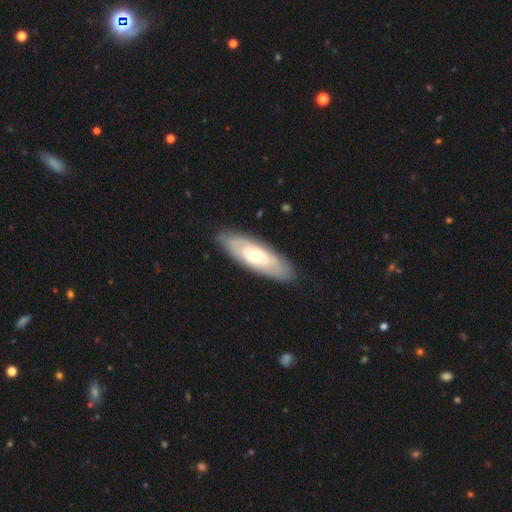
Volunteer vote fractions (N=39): Smooth or featured? 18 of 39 (46%) said featured or disk. Edge-on disk? 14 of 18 (78%) said no. Bar? 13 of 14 (93%) said no. Spiral arms? 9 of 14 (64%) said yes. Spiral winding? 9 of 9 (100%) said tight. Spiral arm count? 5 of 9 (56%) said can't tell. Bulge size? 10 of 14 (71%) said moderate. Merging? 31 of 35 (89%) said none.